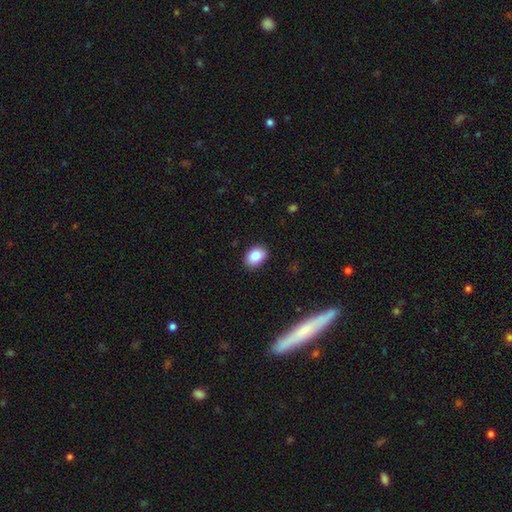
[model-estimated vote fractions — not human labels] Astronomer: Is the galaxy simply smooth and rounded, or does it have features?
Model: smooth — 85%.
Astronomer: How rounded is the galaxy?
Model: in between — 75%.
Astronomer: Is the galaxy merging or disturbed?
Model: none — 88%.